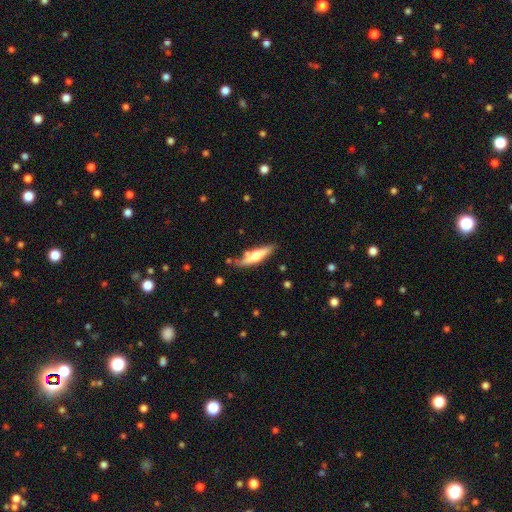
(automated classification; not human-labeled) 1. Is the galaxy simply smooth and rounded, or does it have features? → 51% featured or disk, 43% smooth, 6% star or artifact.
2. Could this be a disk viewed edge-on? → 91% yes, 9% no.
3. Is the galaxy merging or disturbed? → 73% none, 17% minor disturbance, 6% merger, 4% major disturbance.